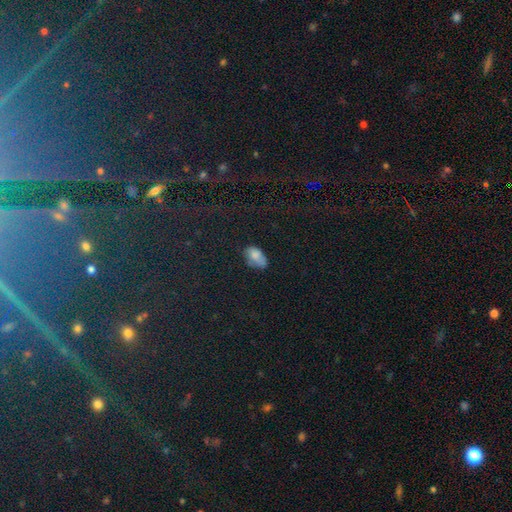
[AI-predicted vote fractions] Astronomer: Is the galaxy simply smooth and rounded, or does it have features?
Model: smooth — 78%.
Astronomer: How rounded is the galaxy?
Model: in between — 91%.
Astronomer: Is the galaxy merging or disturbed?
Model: none — 51% (runner-up: minor disturbance, 34%).